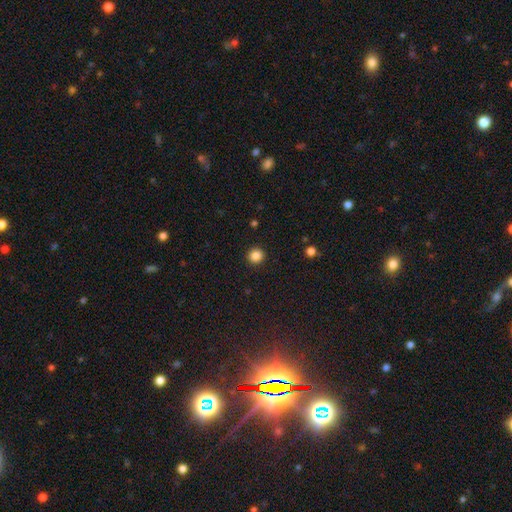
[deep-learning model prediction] Smooth or featured: smooth — 85% (star or artifact — 11%)
How rounded: round — 92% (in between — 7%)
Merging: none — 93% (minor disturbance — 4%)